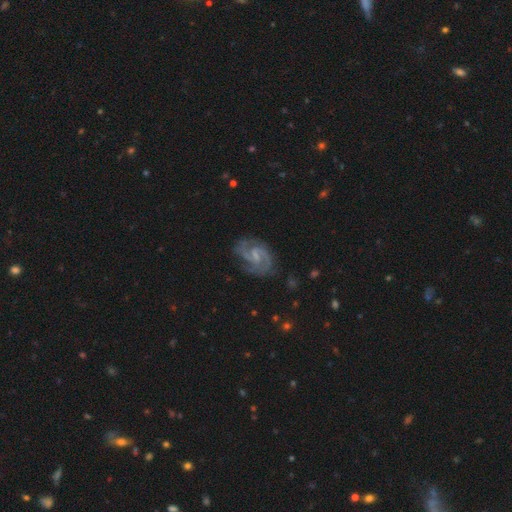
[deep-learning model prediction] This is clearly a featured or disk galaxy (88%). It is clearly not viewed edge-on (98%). Bar: possibly weak (58%). Spiral arm pattern: clearly yes (97%). Spiral arm count: likely 2 (73%). Spiral winding: possibly medium (56%). Central bulge: possibly small (55%). Merging: likely none (73%).